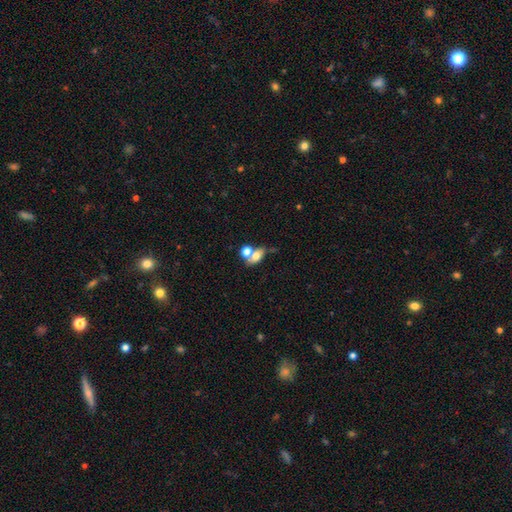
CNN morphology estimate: smooth 65%, featured or disk 24%, star or artifact 11%. Down the decision tree: how rounded — in between (70%); merging — merger (51%).